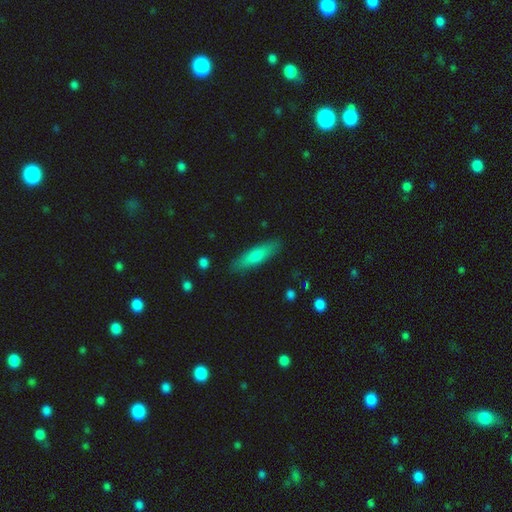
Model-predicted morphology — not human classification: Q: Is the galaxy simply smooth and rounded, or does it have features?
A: smooth — 78%.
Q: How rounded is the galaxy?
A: cigar-shaped — 69%.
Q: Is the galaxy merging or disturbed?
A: none — 85%.